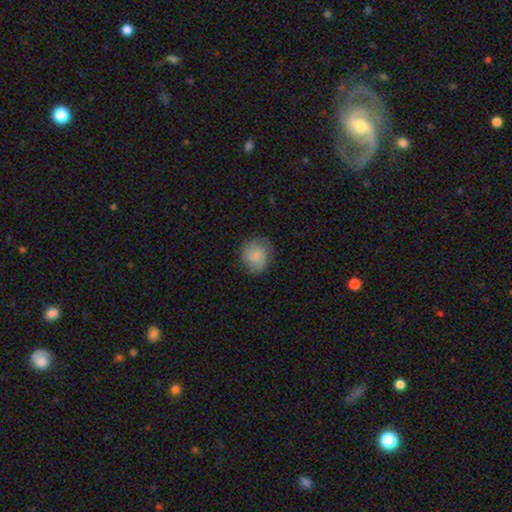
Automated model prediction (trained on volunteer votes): Q: Smooth or featured?
A: smooth (76%); runner-up: featured or disk (17%)
Q: How rounded?
A: round (80%); runner-up: in between (19%)
Q: Merging?
A: none (75%); runner-up: minor disturbance (19%)